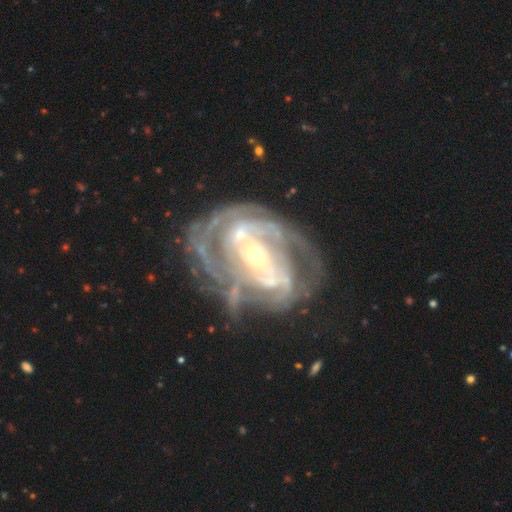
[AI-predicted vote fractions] This appears to be a featured or disk galaxy (86%) with no bar (46%), tight (58%) spiral arms (87%) and a small central bulge (75%). Merging: none (50%).